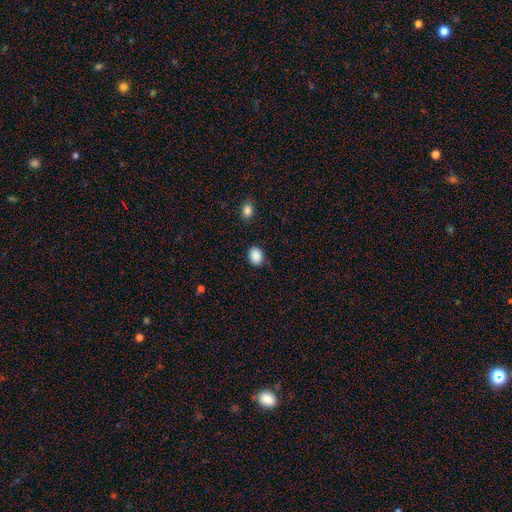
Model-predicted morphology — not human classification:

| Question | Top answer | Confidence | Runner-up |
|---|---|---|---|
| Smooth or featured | smooth | 89% | star or artifact (9%) |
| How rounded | in between | 50% | round (49%) |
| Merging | none | 85% | minor disturbance (10%) |